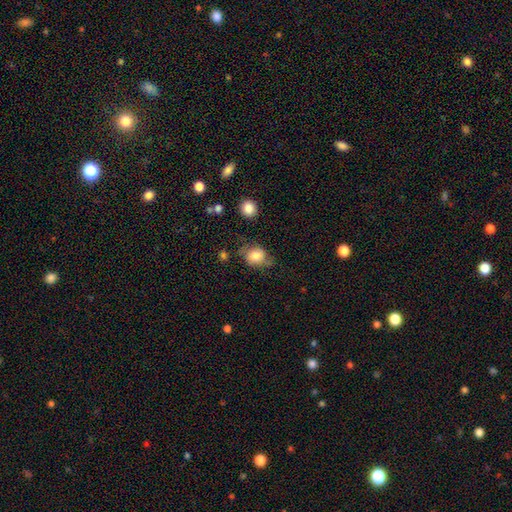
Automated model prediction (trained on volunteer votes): Smooth or featured? Predicted: smooth (p=0.72). How rounded? Predicted: round (p=0.52). Merging? Predicted: none (p=0.52).